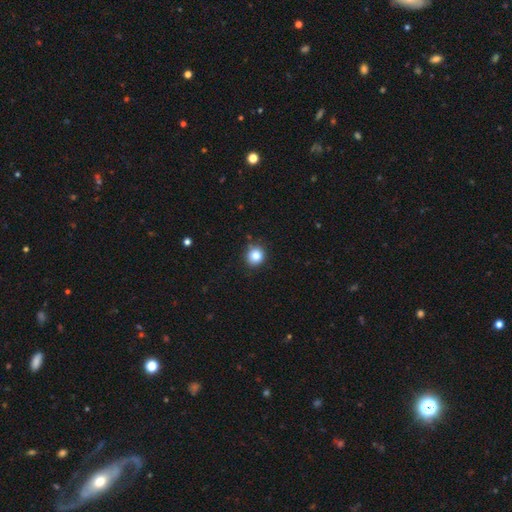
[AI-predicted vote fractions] A smooth galaxy with no disk features (83%) that is round (90%). Merging: none (88%).